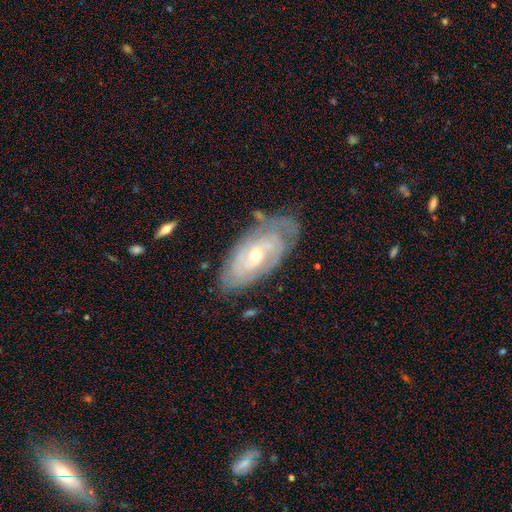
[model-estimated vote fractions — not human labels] Q: Smooth or featured?
A: featured or disk (79%); runner-up: smooth (15%)
Q: Edge-on disk?
A: no (92%); runner-up: yes (8%)
Q: Bar?
A: no (60%); runner-up: weak (32%)
Q: Spiral arms?
A: yes (84%); runner-up: no (16%)
Q: Spiral winding?
A: tight (69%); runner-up: medium (23%)
Q: Spiral arm count?
A: can't tell (50%); runner-up: 2 (27%)
Q: Bulge size?
A: moderate (54%); runner-up: small (43%)
Q: Merging?
A: none (68%); runner-up: minor disturbance (22%)